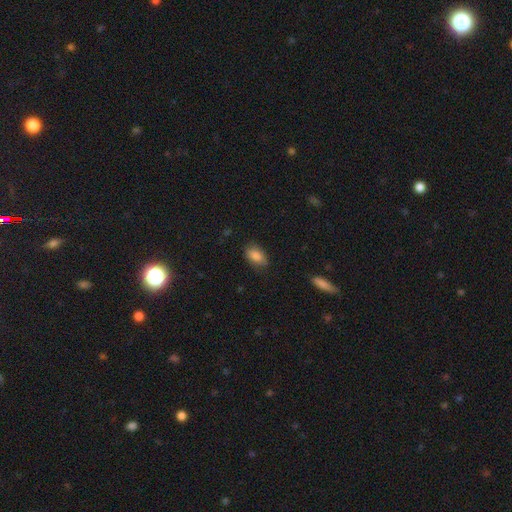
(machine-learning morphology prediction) smooth_or_featured: smooth (p=0.85) [alt: featured or disk p=0.08]
how_rounded: in between (p=0.90) [alt: round p=0.07]
merging: none (p=0.79) [alt: minor disturbance p=0.16]